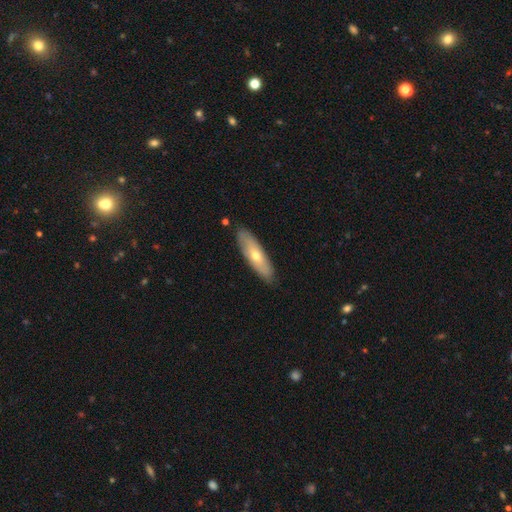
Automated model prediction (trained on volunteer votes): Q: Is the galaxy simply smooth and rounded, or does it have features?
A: smooth — 55%.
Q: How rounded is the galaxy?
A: cigar-shaped — 57%.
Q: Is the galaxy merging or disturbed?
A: none — 86%.